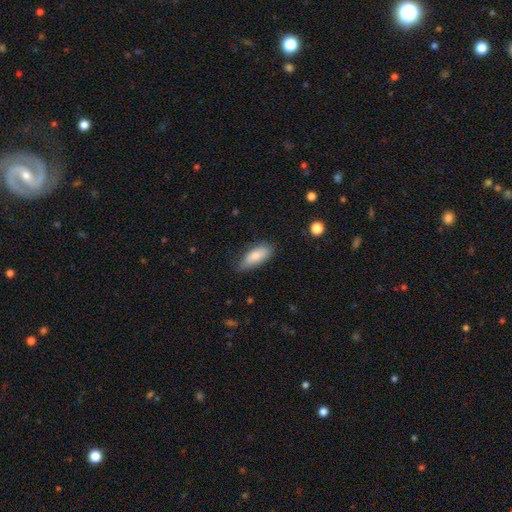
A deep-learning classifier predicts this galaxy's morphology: This appears to be a smooth galaxy with no disk features (82%) that is in between round and cigar-shaped (80%). Merging: none (66%).